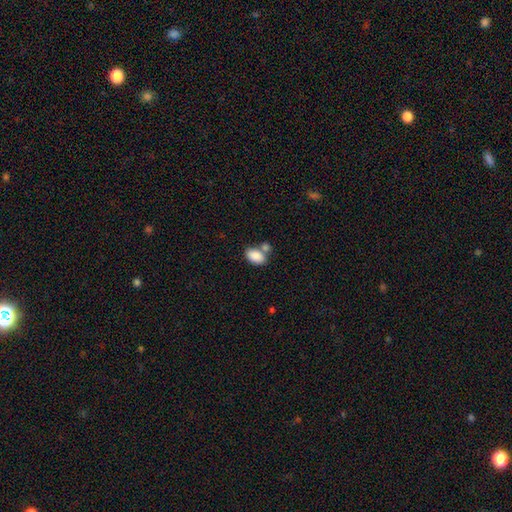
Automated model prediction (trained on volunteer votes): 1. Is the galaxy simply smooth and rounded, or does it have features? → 87% smooth, 7% star or artifact, 6% featured or disk.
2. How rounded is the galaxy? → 90% in between, 8% round, 1% cigar-shaped.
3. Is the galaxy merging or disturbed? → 48% none, 36% merger, 12% minor disturbance, 4% major disturbance.